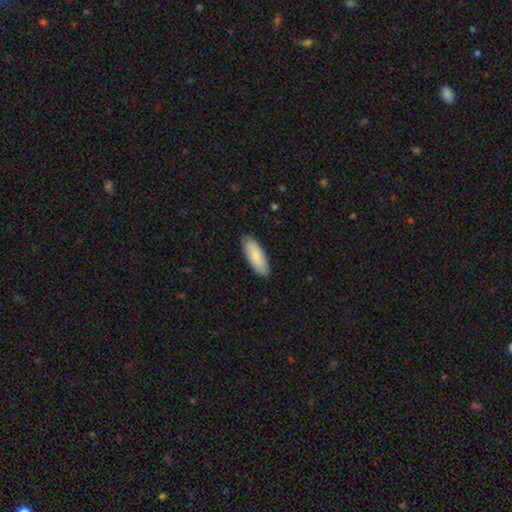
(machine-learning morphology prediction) Overall: smooth (84%). How rounded: in between (70%). Merging: none (88%).